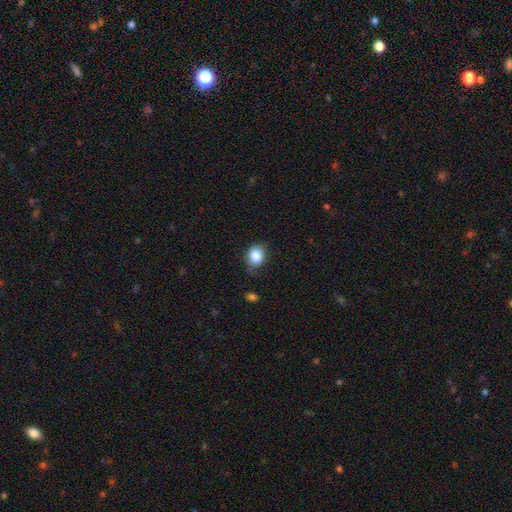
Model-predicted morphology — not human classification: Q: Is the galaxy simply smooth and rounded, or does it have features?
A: smooth — 86%.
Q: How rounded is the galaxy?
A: in between — 52%.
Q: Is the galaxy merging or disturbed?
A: none — 71%.